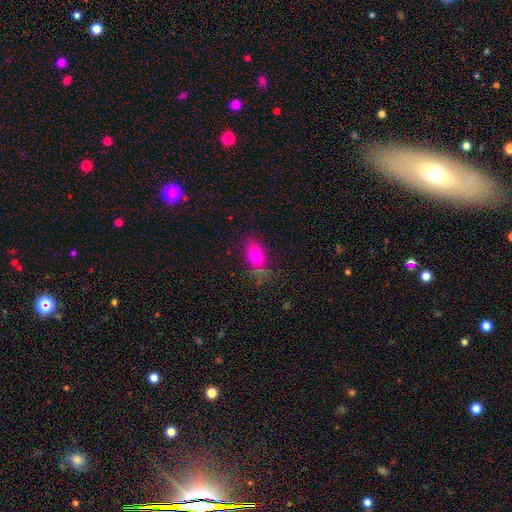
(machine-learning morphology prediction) type=smooth (80%); roundness=in between (85%); merging=none (71%).